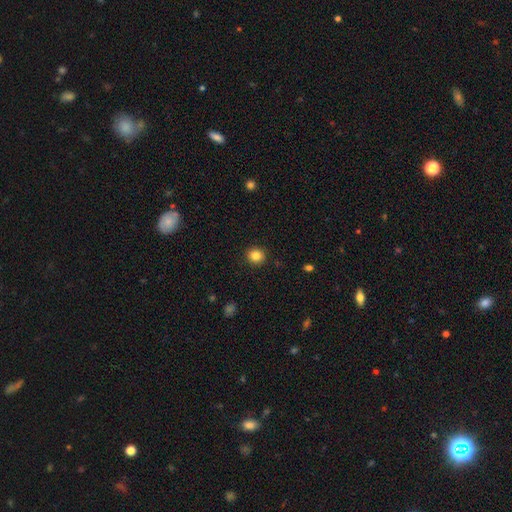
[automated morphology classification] This appears to be a smooth galaxy with no disk features (84%) that is round (88%). Merging: none (91%).